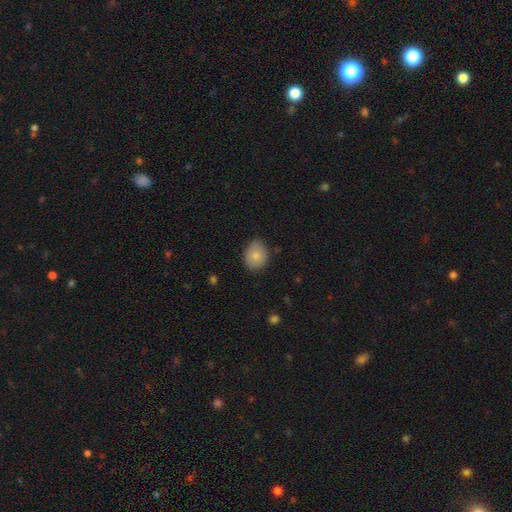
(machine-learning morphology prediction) This appears to be a smooth galaxy with no disk features (82%) that is in between round and cigar-shaped (56%). Merging: none (75%).